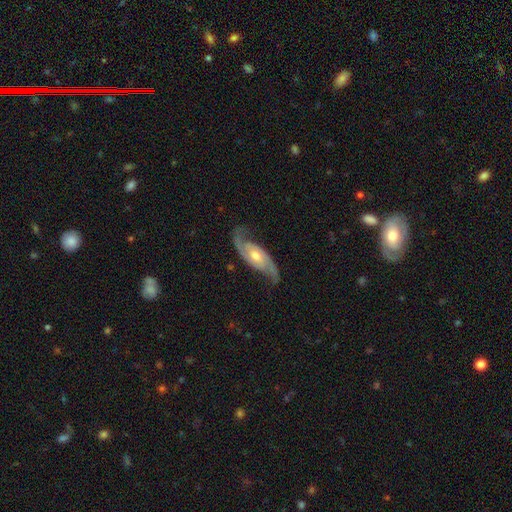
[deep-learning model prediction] Morphology: type=featured or disk (90%); edge-on=no (94%); bar=no (55%); spiral arms=yes (98%); winding=medium (51%); arm count=2 (93%); bulge=moderate (68%); merging=none (79%).